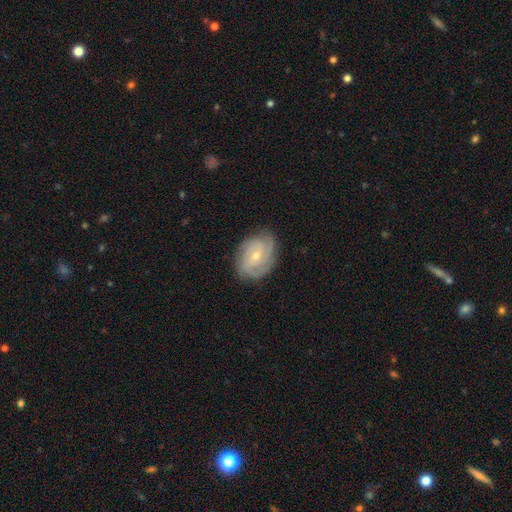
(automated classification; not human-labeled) A featured or disk galaxy (79%) with no bar (52%), 3 (35%) tight (62%) spiral arms (95%) and a small central bulge (62%).

Vote fractions:
- Smooth or featured? featured or disk: 79% / smooth: 15% / star or artifact: 6%
- Edge-on disk? no: 97% / yes: 3%
- Bar? no: 52% / weak: 39% / strong: 9%
- Spiral arms? yes: 95% / no: 5%
- Spiral winding? tight: 62% / medium: 30% / loose: 8%
- Spiral arm count? 3: 35% / can't tell: 23% / 2: 20% / 4: 13% / 1: 5% / more than 4: 5%
- Bulge size? small: 62% / moderate: 35% / none: 1% / large: 1% / dominant: 1%
- Merging? none: 78% / minor disturbance: 16% / major disturbance: 4% / merger: 1%